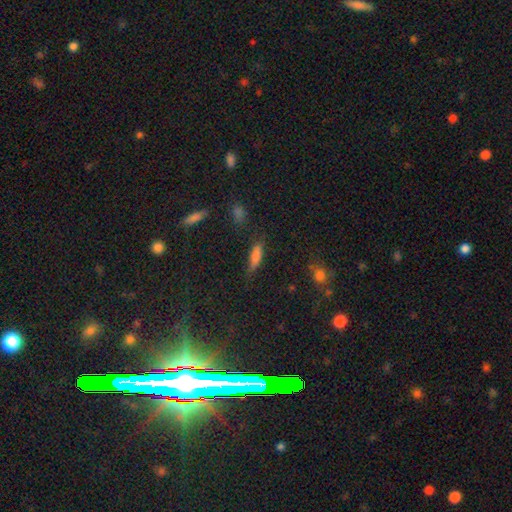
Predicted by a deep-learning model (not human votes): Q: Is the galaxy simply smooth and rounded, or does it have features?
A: smooth — 74%.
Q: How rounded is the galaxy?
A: cigar-shaped — 55%.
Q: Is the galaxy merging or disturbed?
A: none — 68%.